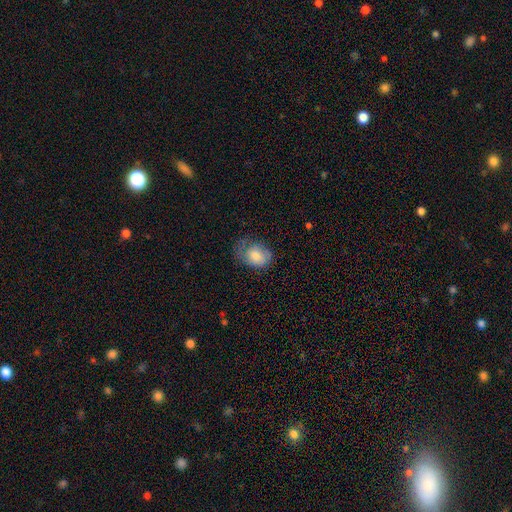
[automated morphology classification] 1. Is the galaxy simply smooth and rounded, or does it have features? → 71% smooth, 21% featured or disk, 8% star or artifact.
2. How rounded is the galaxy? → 64% in between, 35% round, 1% cigar-shaped.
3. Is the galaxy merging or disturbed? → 46% none, 33% minor disturbance, 19% major disturbance, 1% merger.